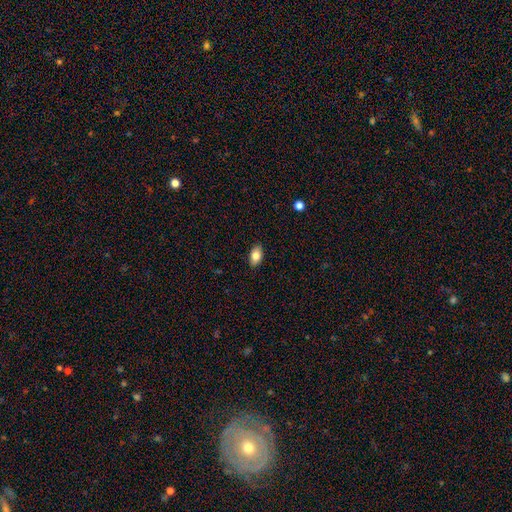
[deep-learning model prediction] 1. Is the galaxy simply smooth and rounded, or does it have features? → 82% smooth, 10% featured or disk, 8% star or artifact.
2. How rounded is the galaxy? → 91% in between, 7% round, 2% cigar-shaped.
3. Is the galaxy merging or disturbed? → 88% none, 9% minor disturbance, 2% major disturbance, 1% merger.